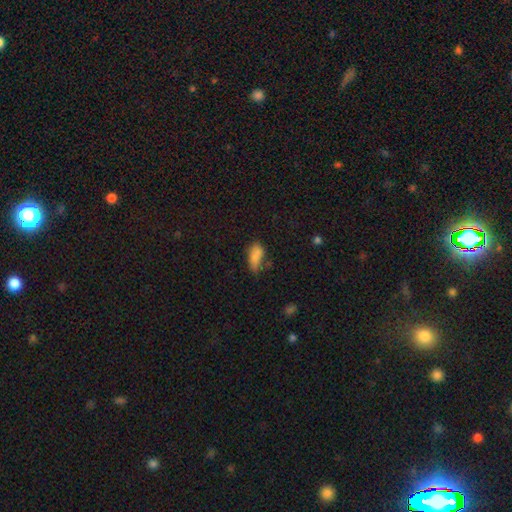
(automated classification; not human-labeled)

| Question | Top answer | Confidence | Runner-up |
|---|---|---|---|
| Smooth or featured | smooth | 82% | star or artifact (10%) |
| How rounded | in between | 83% | cigar-shaped (14%) |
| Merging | none | 46% | minor disturbance (33%) |